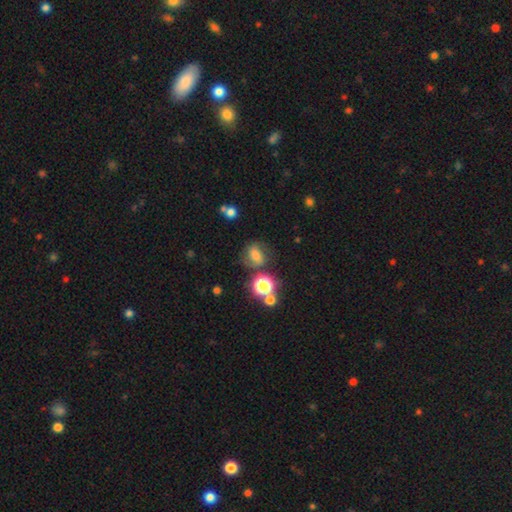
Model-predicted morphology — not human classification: A smooth galaxy with no disk features (55%) that is in between round and cigar-shaped (52%). Merging: none (62%).